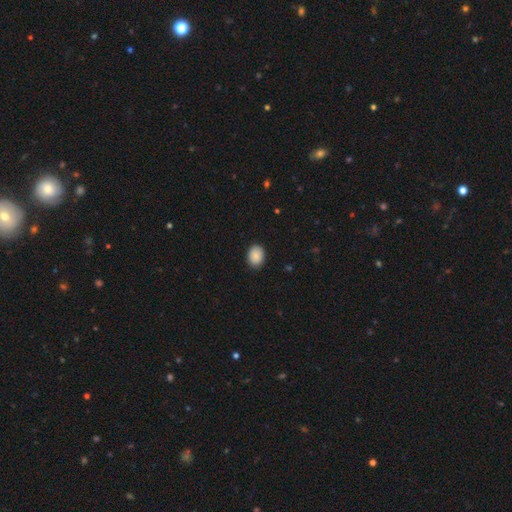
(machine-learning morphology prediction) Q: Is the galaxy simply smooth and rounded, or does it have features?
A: smooth — 89%.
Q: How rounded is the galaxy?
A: in between — 63%.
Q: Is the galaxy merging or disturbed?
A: none — 89%.